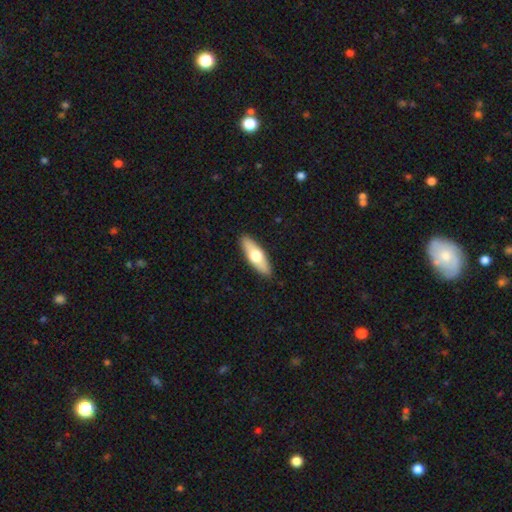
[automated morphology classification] Q: Smooth or featured?
A: smooth (57%); runner-up: featured or disk (38%)
Q: How rounded?
A: in between (53%); runner-up: cigar-shaped (45%)
Q: Merging?
A: none (89%); runner-up: minor disturbance (8%)